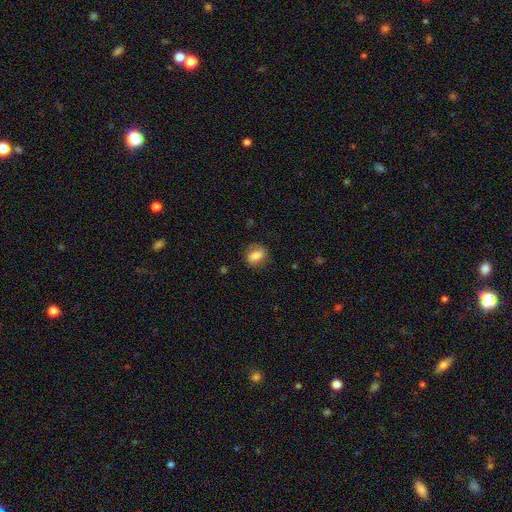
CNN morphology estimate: smooth-or-featured: smooth: 72% | featured or disk: 20% | star or artifact: 8%
  how-rounded: in between: 65% | round: 32% | cigar-shaped: 3%
  merging: none: 77% | minor disturbance: 16% | major disturbance: 6% | merger: 1%